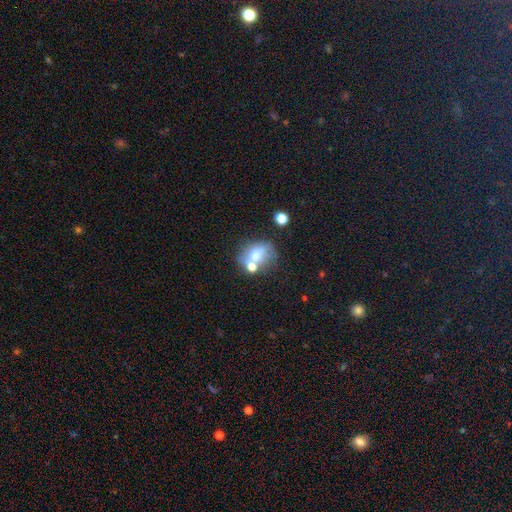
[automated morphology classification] Smooth or featured? Predicted: smooth (p=0.60). How rounded? Predicted: round (p=0.52). Merging? Predicted: none (p=0.46).